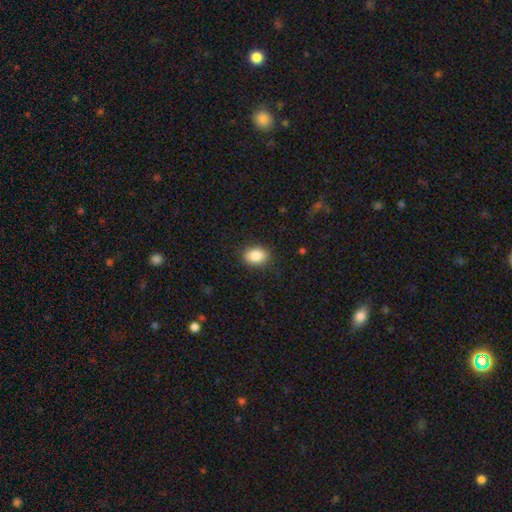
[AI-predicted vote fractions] Q: Smooth or featured?
A: smooth (86%); runner-up: star or artifact (8%)
Q: How rounded?
A: in between (74%); runner-up: round (25%)
Q: Merging?
A: none (87%); runner-up: minor disturbance (9%)